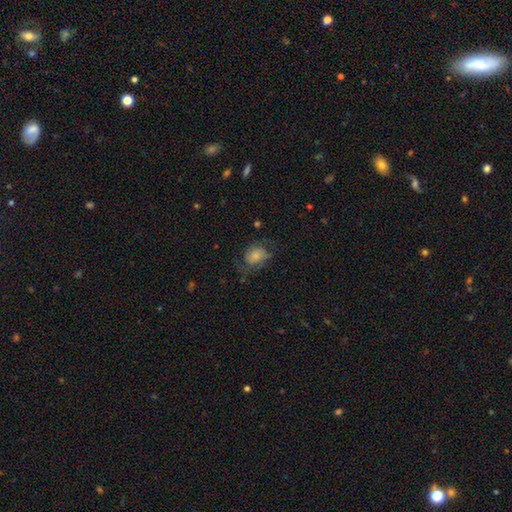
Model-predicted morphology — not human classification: type=smooth (62%); roundness=in between (53%); merging=none (47%).